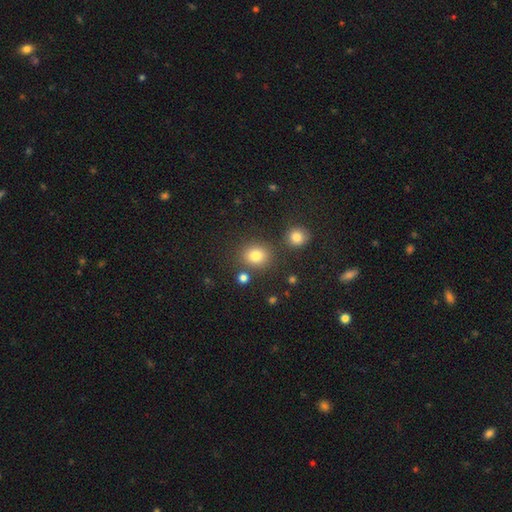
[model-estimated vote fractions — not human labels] This is clearly a smooth galaxy (80%). How rounded: likely round (76%). Merging: likely none (79%).